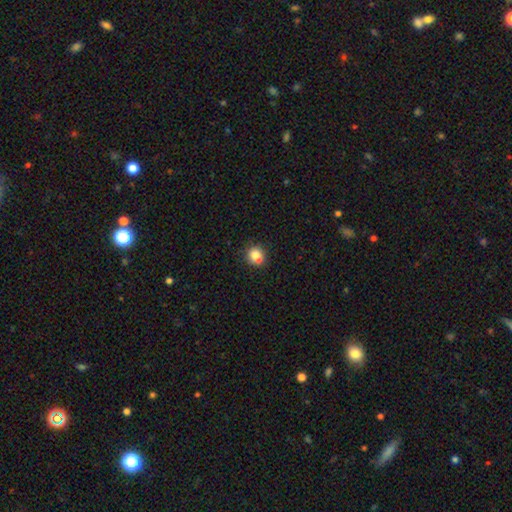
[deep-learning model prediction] A smooth galaxy with no disk features (79%) that is round (83%). Merging: none (61%).